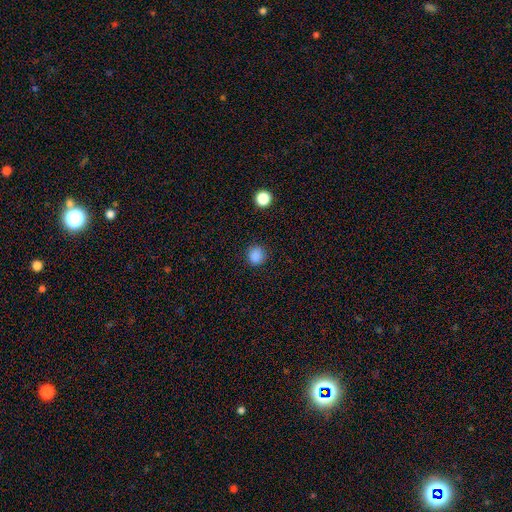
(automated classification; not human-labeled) smooth 86%, star or artifact 12%, featured or disk 3%. Down the decision tree: how rounded — round (89%); merging — none (88%).